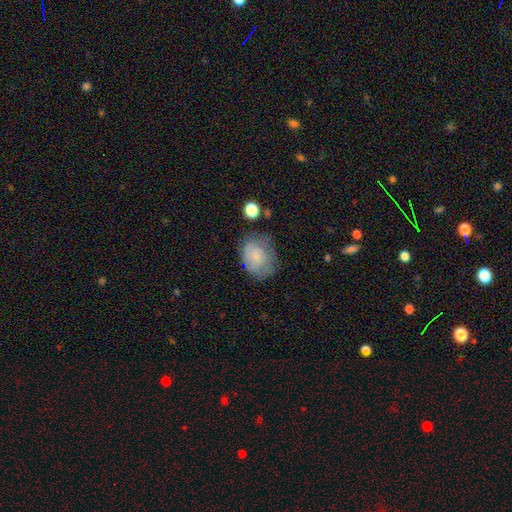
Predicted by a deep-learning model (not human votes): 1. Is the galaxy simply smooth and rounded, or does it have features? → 70% smooth, 20% featured or disk, 9% star or artifact.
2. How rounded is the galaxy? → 56% in between, 43% round, 1% cigar-shaped.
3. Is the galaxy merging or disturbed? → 51% none, 31% minor disturbance, 15% major disturbance, 3% merger.